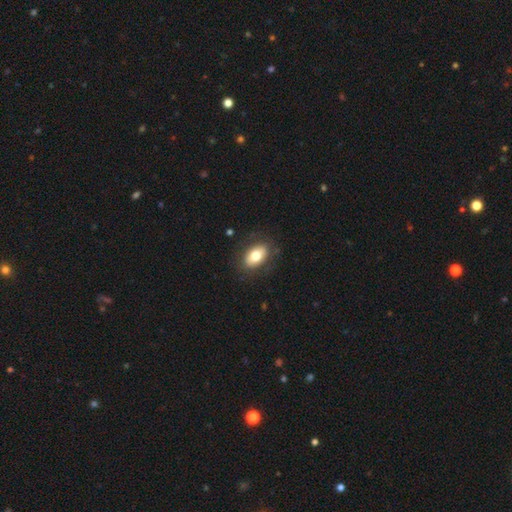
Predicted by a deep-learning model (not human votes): Smooth or featured: smooth — 74% (featured or disk — 19%)
How rounded: in between — 89% (round — 9%)
Merging: none — 83% (minor disturbance — 12%)